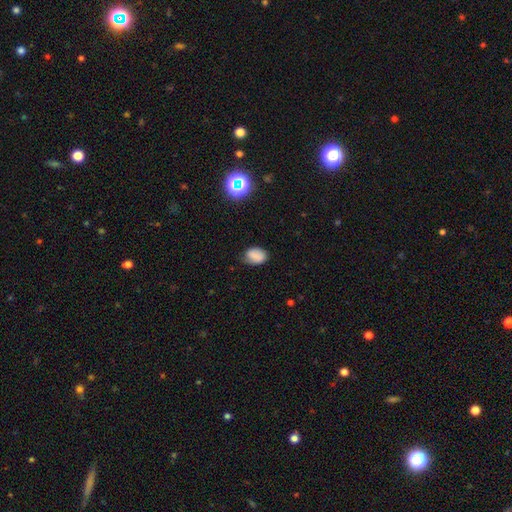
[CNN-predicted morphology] A smooth galaxy with no disk features (82%) that is in between round and cigar-shaped (80%).

Vote fractions:
- Smooth or featured? smooth: 82% / star or artifact: 12% / featured or disk: 7%
- How rounded? in between: 80% / round: 19% / cigar-shaped: 1%
- Merging? none: 68% / minor disturbance: 25% / major disturbance: 5% / merger: 2%